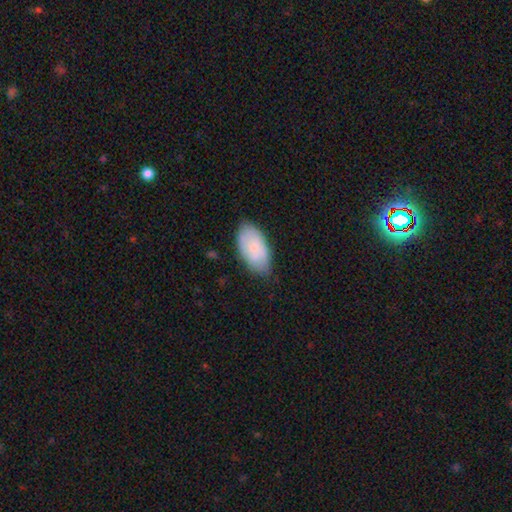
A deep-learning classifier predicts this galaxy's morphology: This is likely a smooth galaxy (71%). How rounded: clearly in between (95%). Merging: likely none (72%).